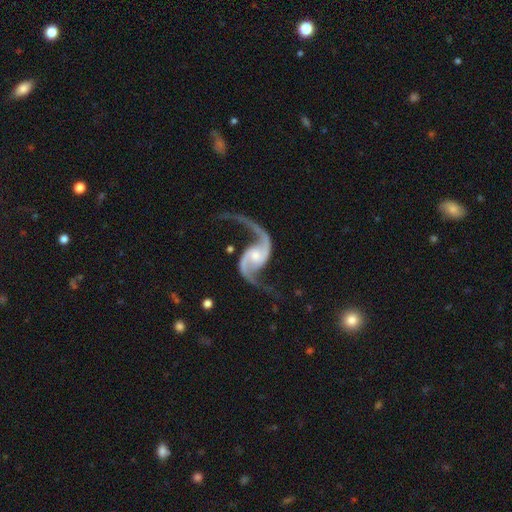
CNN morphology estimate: A featured or disk galaxy (94%) with no bar (51%), 2 (95%) loose (81%) spiral arms (98%) and a moderate central bulge (44%). Merging: none (69%).